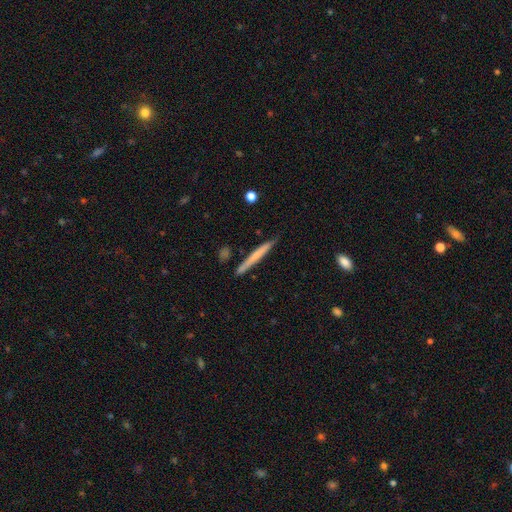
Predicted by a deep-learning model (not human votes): A smooth galaxy with no disk features (59%) that is cigar-shaped (97%). Merging: none (86%).